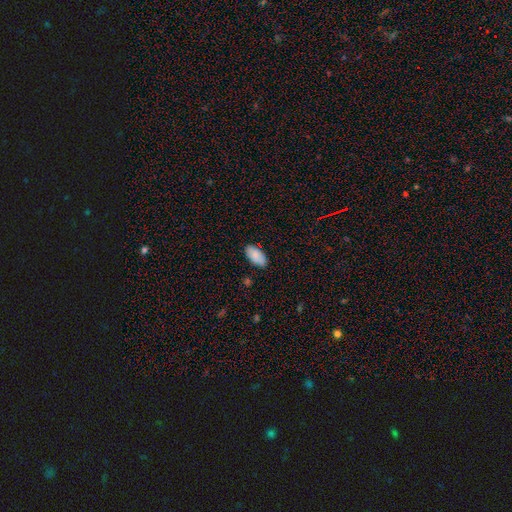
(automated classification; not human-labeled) Overall: smooth (87%). How rounded: in between (95%). Merging: none (84%).